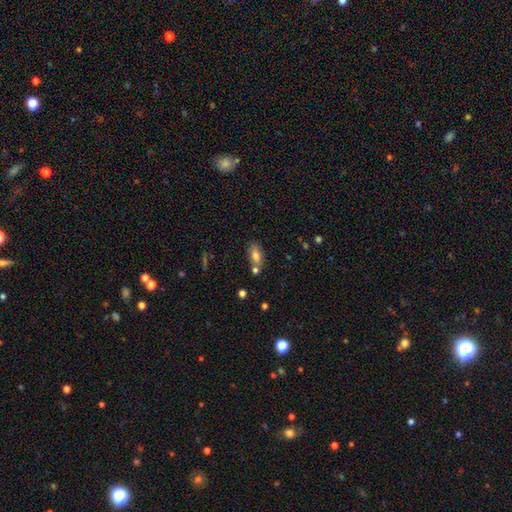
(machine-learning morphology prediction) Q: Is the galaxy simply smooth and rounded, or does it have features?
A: smooth — 77%.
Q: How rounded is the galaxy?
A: in between — 86%.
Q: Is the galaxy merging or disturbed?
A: none — 62%.